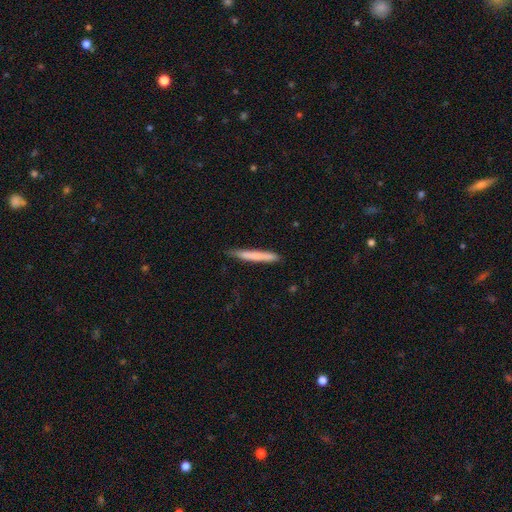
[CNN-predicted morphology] This is likely a smooth galaxy (74%). How rounded: clearly cigar-shaped (96%). Merging: clearly none (83%).